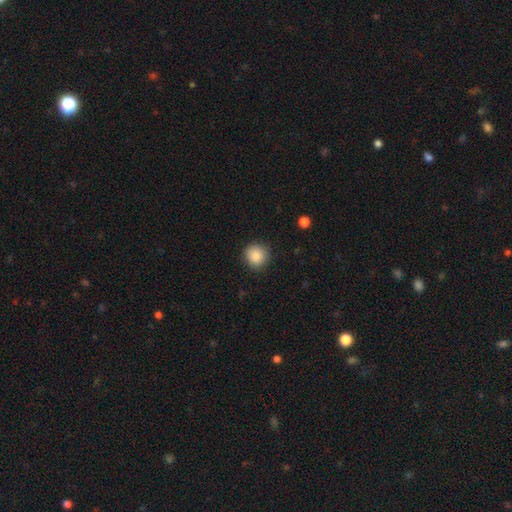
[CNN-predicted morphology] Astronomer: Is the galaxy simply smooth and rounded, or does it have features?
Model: smooth — 88%.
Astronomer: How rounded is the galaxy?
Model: round — 92%.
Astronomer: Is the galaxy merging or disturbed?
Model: none — 88%.